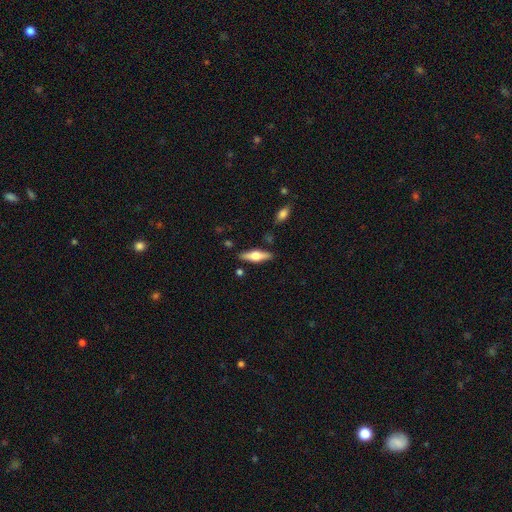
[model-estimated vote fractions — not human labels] Smooth or featured? Predicted: featured or disk (p=0.54). Edge-on disk? Predicted: yes (p=0.94). Edge-on bulge? Predicted: rounded (p=0.93). Merging? Predicted: none (p=0.86).